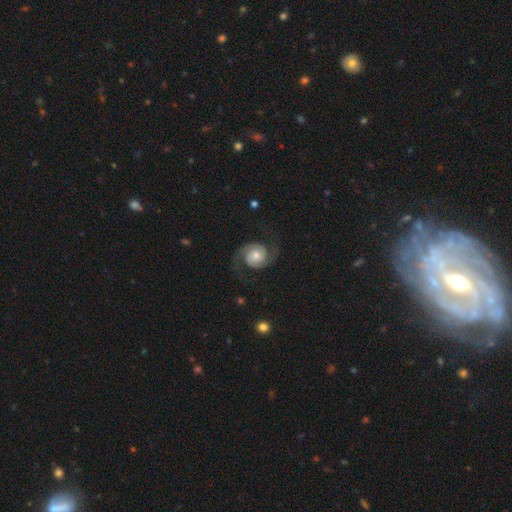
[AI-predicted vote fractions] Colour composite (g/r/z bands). It shows a featured or disk galaxy (86%) with no bar (74%), 2 (94%) medium (49%) spiral arms (98%) and a moderate central bulge (50%). Merging: none (78%).